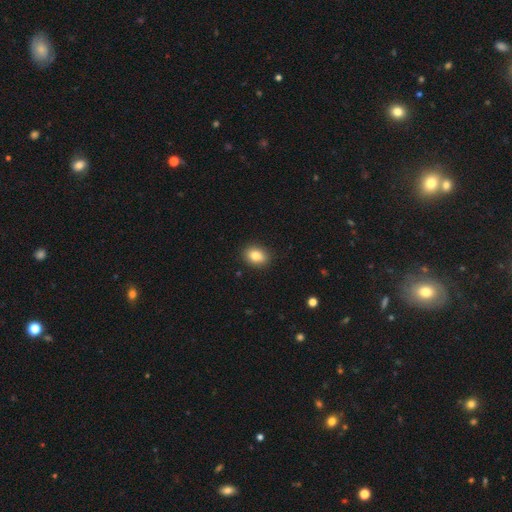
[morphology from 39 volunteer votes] Q: Smooth or featured?
A: smooth (87%); runner-up: star or artifact (8%)
Q: How rounded?
A: in between (76%); runner-up: round (24%)
Q: Merging?
A: none (94%); runner-up: minor disturbance (6%)